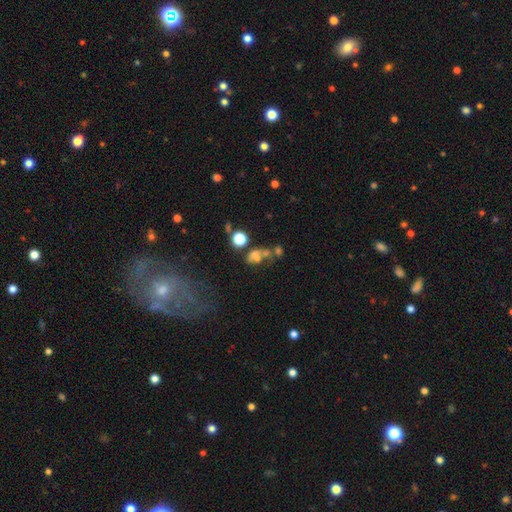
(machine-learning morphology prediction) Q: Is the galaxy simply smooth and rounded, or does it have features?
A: smooth — 47%.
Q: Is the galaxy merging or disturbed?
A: merger — 44%.